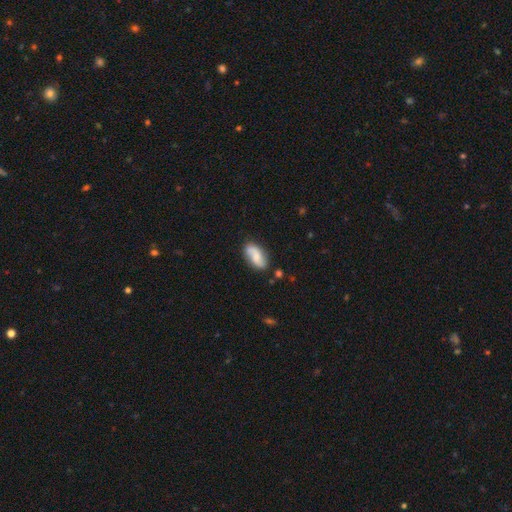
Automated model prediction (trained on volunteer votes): Smooth or featured? Predicted: smooth (p=0.50). Merging? Predicted: none (p=0.74).